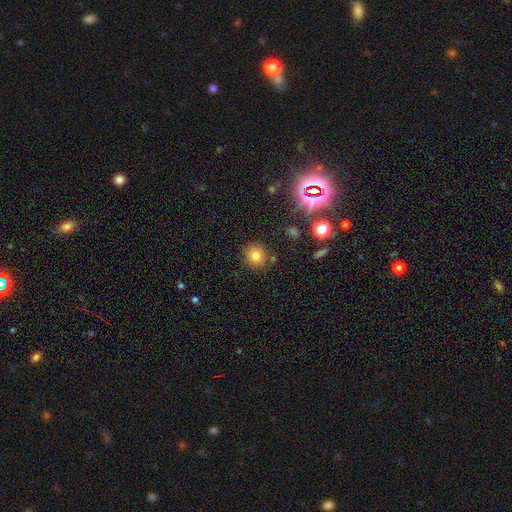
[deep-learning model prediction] Morphology: type=smooth (77%); roundness=round (89%); merging=none (84%).